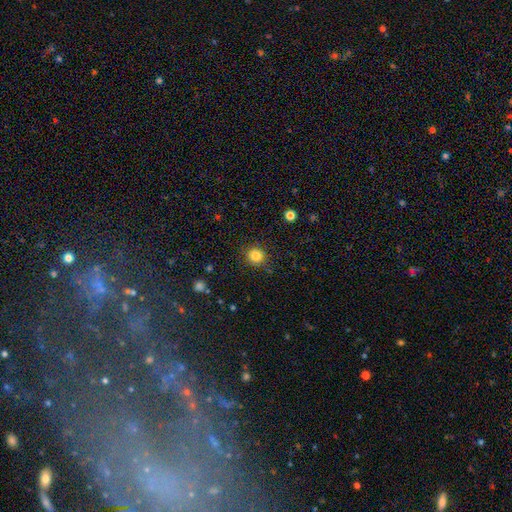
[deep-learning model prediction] Morphology: type=smooth (84%); roundness=round (88%); merging=none (85%).